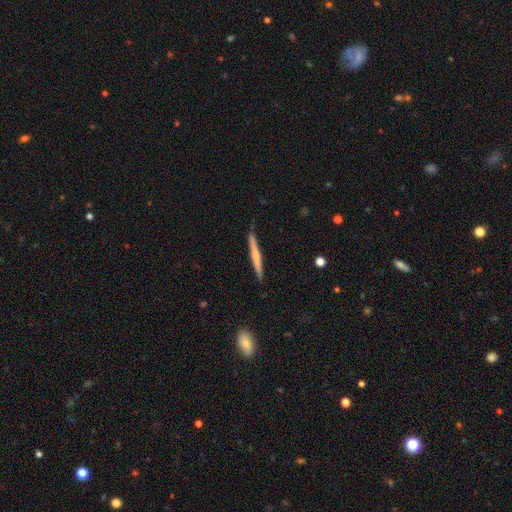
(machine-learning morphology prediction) A smooth galaxy with no disk features (50%). Merging: none (89%).